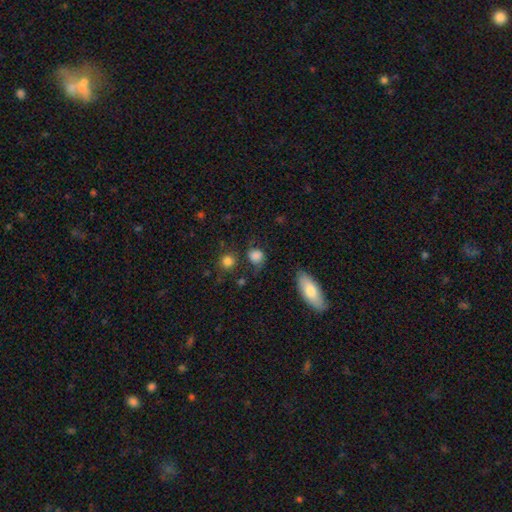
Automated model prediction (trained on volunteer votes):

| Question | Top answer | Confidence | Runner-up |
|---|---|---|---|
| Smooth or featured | smooth | 81% | star or artifact (11%) |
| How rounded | round | 80% | in between (18%) |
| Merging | none | 64% | minor disturbance (21%) |